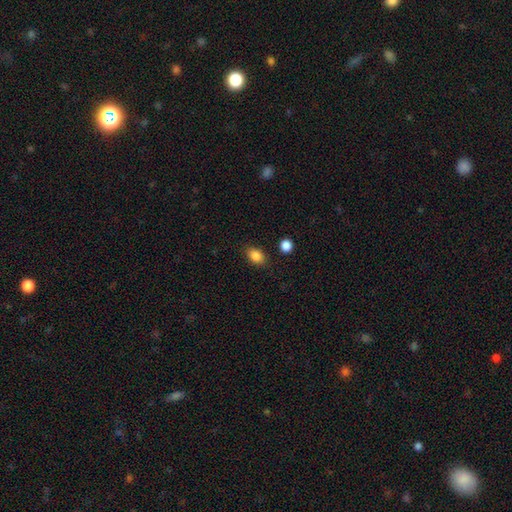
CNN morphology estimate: Smooth or featured: smooth — 86% (star or artifact — 9%)
How rounded: in between — 75% (round — 24%)
Merging: none — 82% (minor disturbance — 12%)